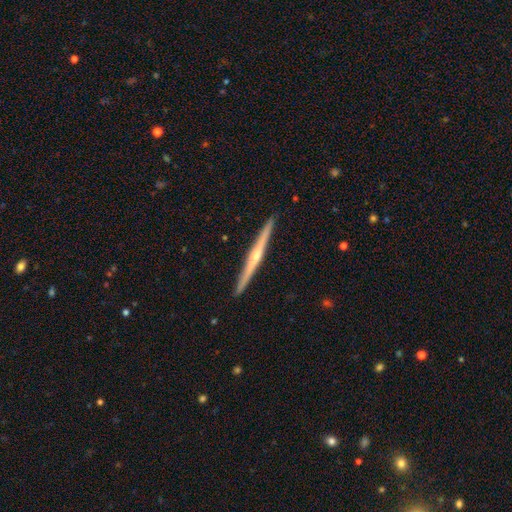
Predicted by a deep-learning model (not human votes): The model was most divided on "edge-on bulge": rounded: 77%, none: 19%, boxy: 4%. More confident: edge-on disk — yes (98%); merging — none (93%); smooth or featured — featured or disk (77%).